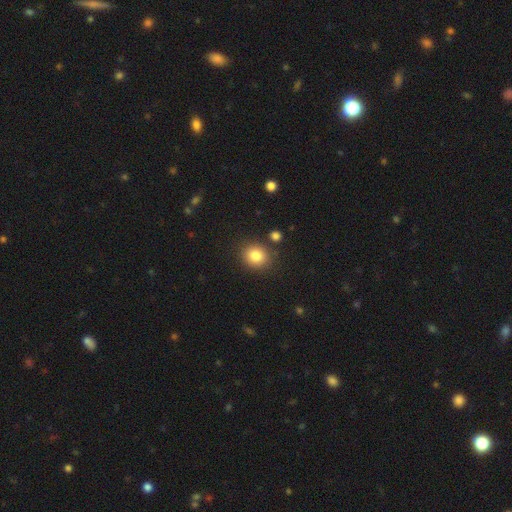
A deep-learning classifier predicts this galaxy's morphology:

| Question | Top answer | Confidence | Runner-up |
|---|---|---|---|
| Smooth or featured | smooth | 83% | star or artifact (10%) |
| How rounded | round | 81% | in between (19%) |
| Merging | none | 85% | minor disturbance (8%) |